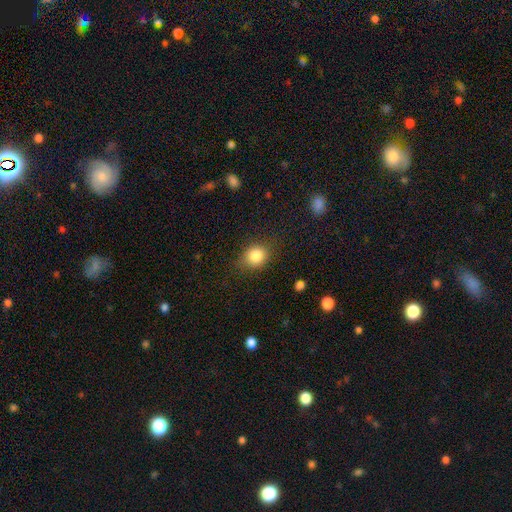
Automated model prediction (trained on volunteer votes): smooth-or-featured: smooth: 83% | star or artifact: 10% | featured or disk: 7%
  how-rounded: round: 66% | in between: 33% | cigar-shaped: 1%
  merging: none: 76% | minor disturbance: 18% | major disturbance: 5% | merger: 1%